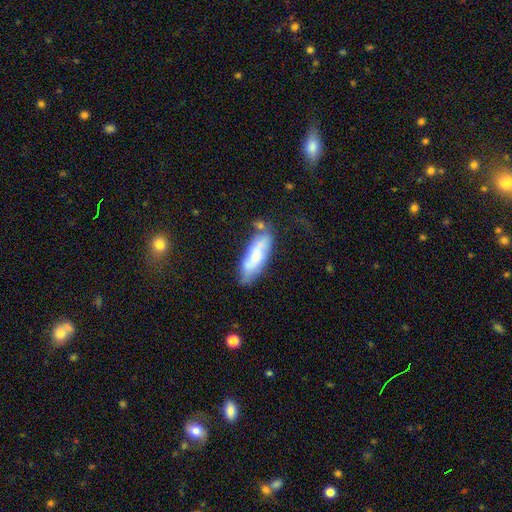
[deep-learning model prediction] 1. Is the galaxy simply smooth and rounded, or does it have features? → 55% smooth, 39% featured or disk, 7% star or artifact.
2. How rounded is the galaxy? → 59% in between, 39% cigar-shaped, 2% round.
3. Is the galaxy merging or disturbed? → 60% none, 24% minor disturbance, 9% merger, 7% major disturbance.